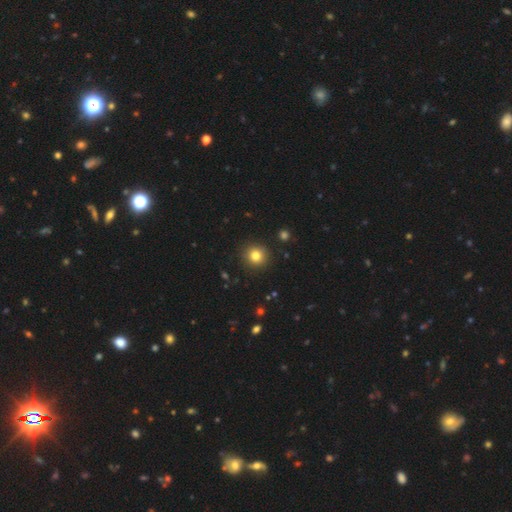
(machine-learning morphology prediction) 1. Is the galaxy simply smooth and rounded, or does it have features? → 80% smooth, 13% star or artifact, 7% featured or disk.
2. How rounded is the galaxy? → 94% round, 5% in between, 1% cigar-shaped.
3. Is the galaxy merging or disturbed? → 91% none, 5% minor disturbance, 2% major disturbance, 1% merger.